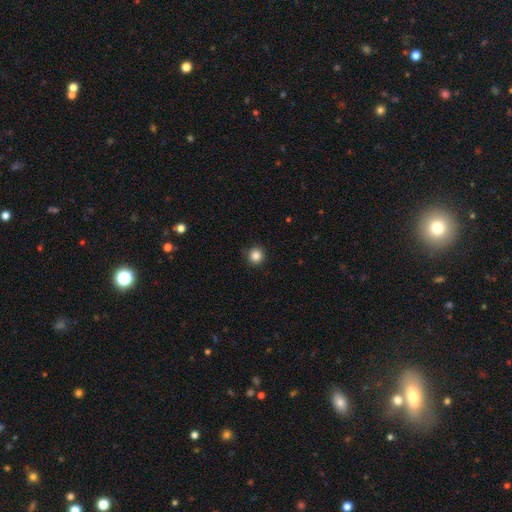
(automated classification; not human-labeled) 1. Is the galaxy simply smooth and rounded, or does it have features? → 86% smooth, 11% star or artifact, 3% featured or disk.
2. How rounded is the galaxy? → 93% round, 6% in between, 1% cigar-shaped.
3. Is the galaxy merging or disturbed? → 88% none, 9% minor disturbance, 2% major disturbance, 1% merger.